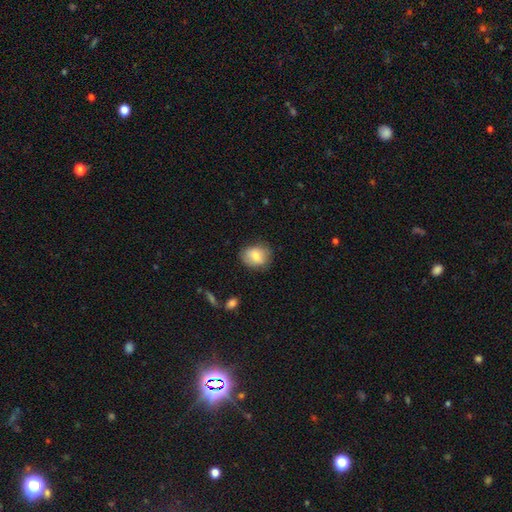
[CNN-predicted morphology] Overall: smooth (76%). How rounded: round (53%; in between 46%). Merging: none (77%).